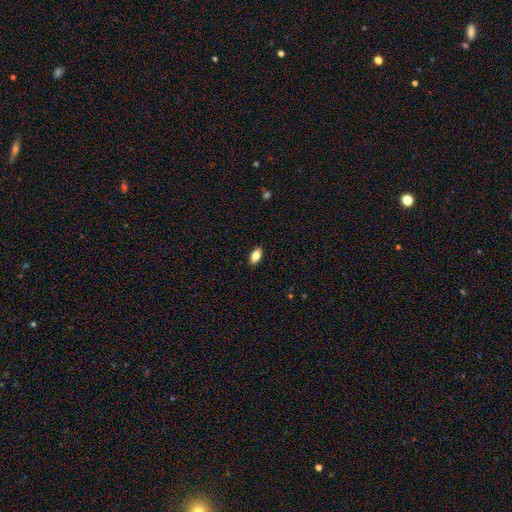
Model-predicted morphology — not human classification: A smooth galaxy with no disk features (82%) that is in between round and cigar-shaped (90%).

Vote fractions:
- Smooth or featured? smooth: 82% / featured or disk: 10% / star or artifact: 8%
- How rounded? in between: 90% / cigar-shaped: 6% / round: 4%
- Merging? none: 89% / minor disturbance: 8% / major disturbance: 2% / merger: 1%